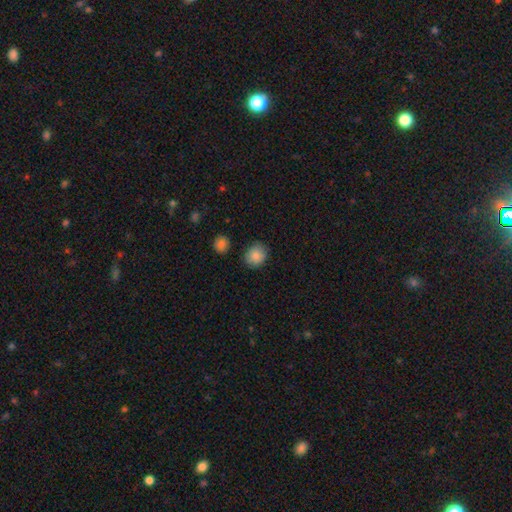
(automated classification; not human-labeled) Smooth or featured? smooth (87%)
How rounded? round (70%)
Merging? none (84%)